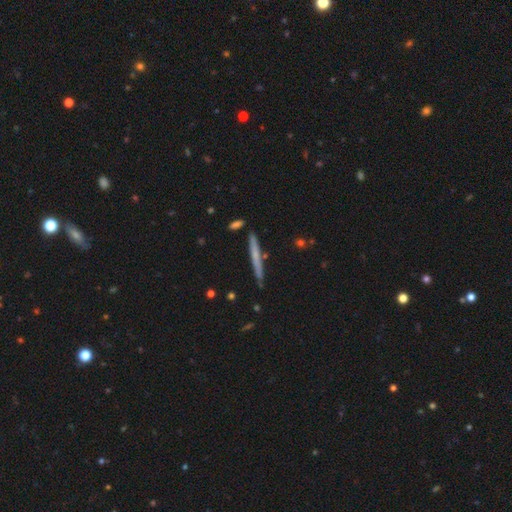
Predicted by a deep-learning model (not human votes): Morphology: type=smooth (49%); merging=none (85%).